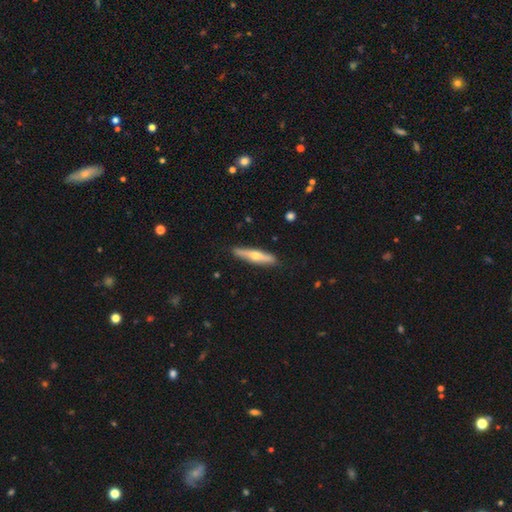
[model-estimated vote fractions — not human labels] smooth-or-featured: featured or disk: 55% | smooth: 39% | star or artifact: 5%
  disk-edge-on: yes: 93% | no: 7%
    edge-on-bulge: rounded: 90% | none: 7% | boxy: 3%
  merging: none: 88% | minor disturbance: 9% | major disturbance: 2% | merger: 1%